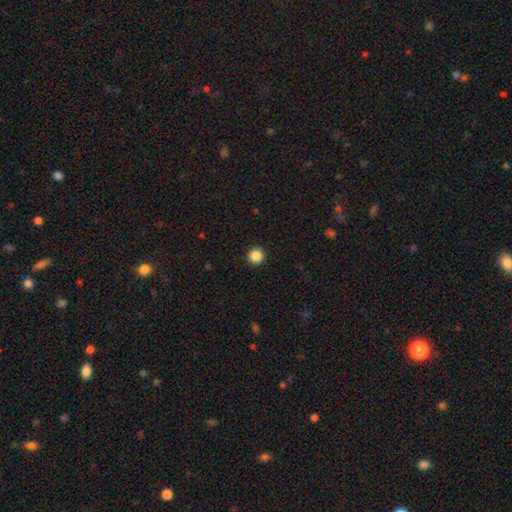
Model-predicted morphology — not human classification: Smooth or featured? smooth (86%)
How rounded? round (96%)
Merging? none (93%)